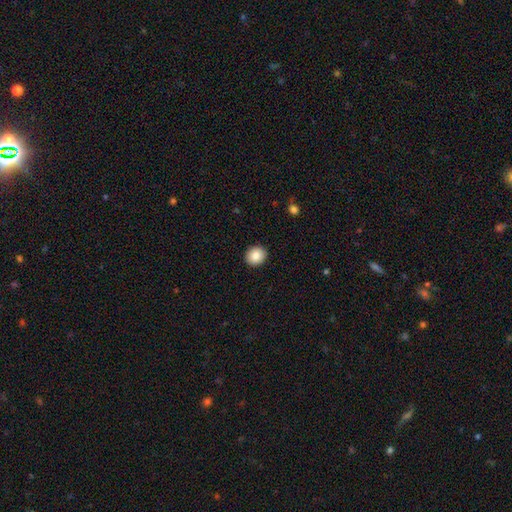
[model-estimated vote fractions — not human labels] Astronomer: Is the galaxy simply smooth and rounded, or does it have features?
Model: smooth — 87%.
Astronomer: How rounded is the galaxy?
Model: round — 78%.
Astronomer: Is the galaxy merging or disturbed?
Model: none — 92%.